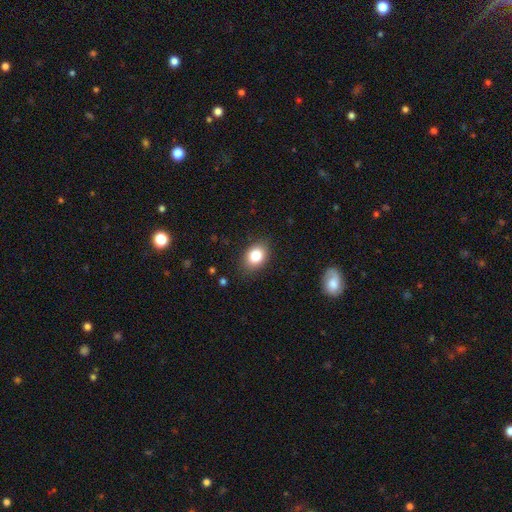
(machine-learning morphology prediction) smooth 83%, star or artifact 9%, featured or disk 8%. Down the decision tree: how rounded — in between (68%); merging — none (84%).